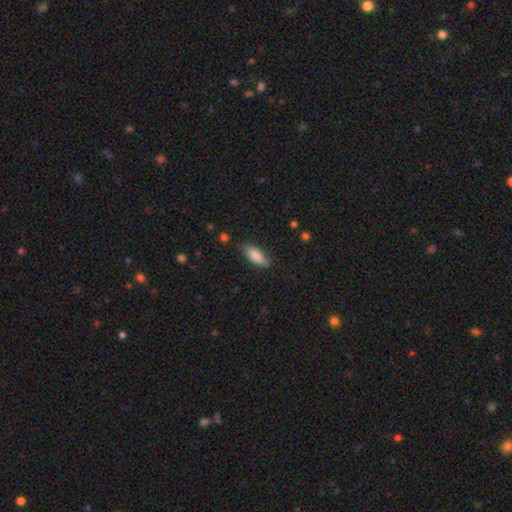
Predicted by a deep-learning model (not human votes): smooth_or_featured: smooth (p=0.86) [alt: featured or disk p=0.08]
how_rounded: in between (p=0.80) [alt: cigar-shaped p=0.19]
merging: none (p=0.77) [alt: minor disturbance p=0.18]